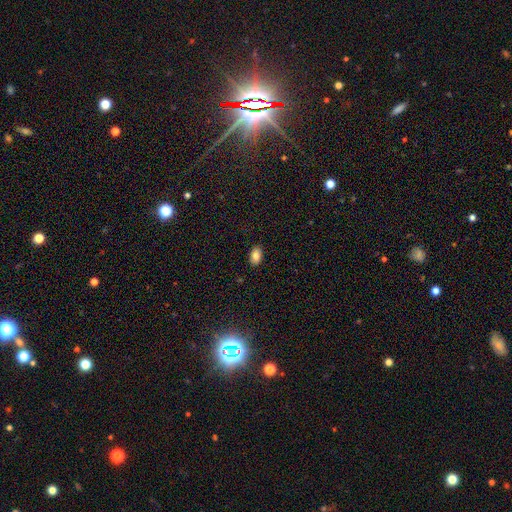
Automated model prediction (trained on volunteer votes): smooth-or-featured: smooth: 83% | featured or disk: 9% | star or artifact: 9%
  how-rounded: in between: 89% | round: 10% | cigar-shaped: 1%
  merging: none: 88% | minor disturbance: 9% | major disturbance: 2% | merger: 1%